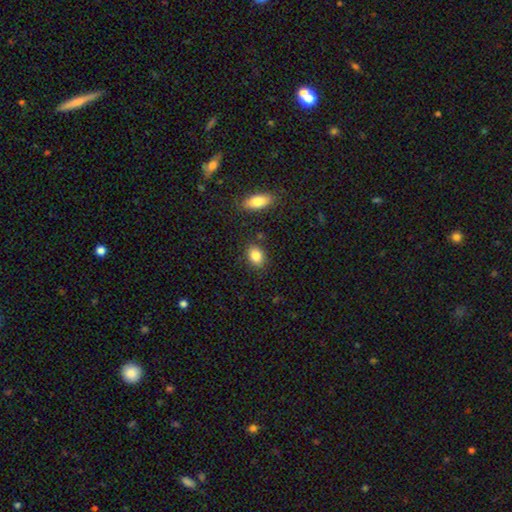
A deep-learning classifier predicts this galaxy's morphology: Smooth or featured? smooth (85%)
How rounded? in between (71%)
Merging? none (83%)